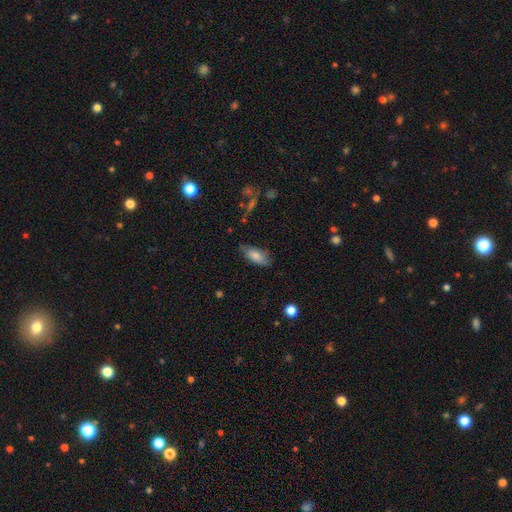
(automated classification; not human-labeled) Smooth or featured?
  - smooth: 78% *
  - featured or disk: 15%
  - star or artifact: 7%
How rounded?
  - in between: 82% *
  - cigar-shaped: 15%
  - round: 3%
Merging?
  - none: 72% *
  - minor disturbance: 22%
  - major disturbance: 5%
  - merger: 2%